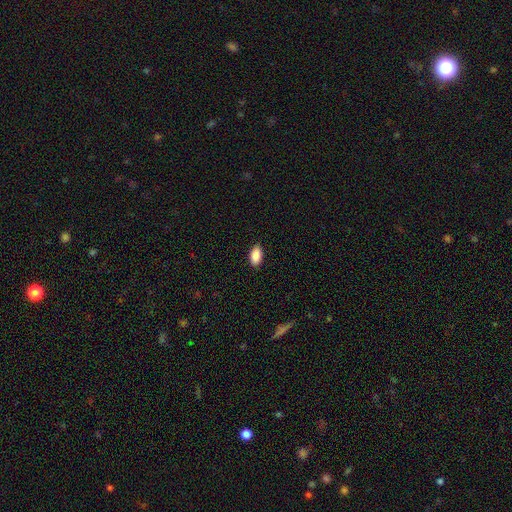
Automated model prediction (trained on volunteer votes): Overall: smooth (89%). How rounded: in between (93%). Merging: none (88%).